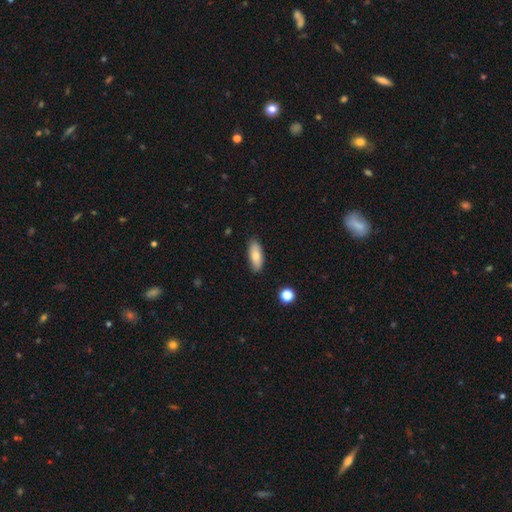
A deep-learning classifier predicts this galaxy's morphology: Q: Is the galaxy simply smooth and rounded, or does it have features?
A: smooth — 79%.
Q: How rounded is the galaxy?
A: in between — 76%.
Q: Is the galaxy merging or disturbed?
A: none — 86%.